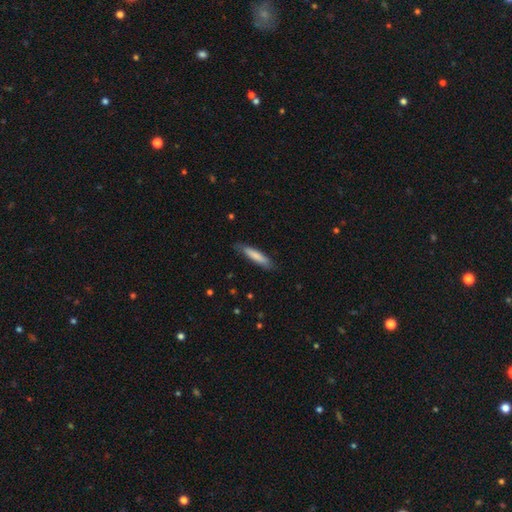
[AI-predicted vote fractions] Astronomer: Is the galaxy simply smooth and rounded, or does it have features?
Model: smooth — 78%.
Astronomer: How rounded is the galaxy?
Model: cigar-shaped — 84%.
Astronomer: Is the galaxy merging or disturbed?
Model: none — 82%.